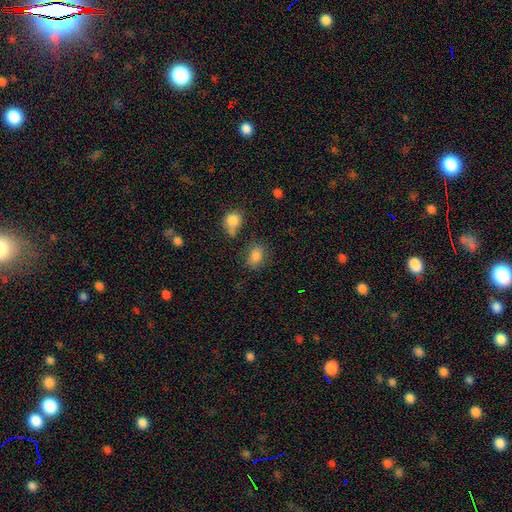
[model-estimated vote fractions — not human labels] A smooth galaxy with no disk features (83%) that is in between round and cigar-shaped (69%). Merging: none (68%).